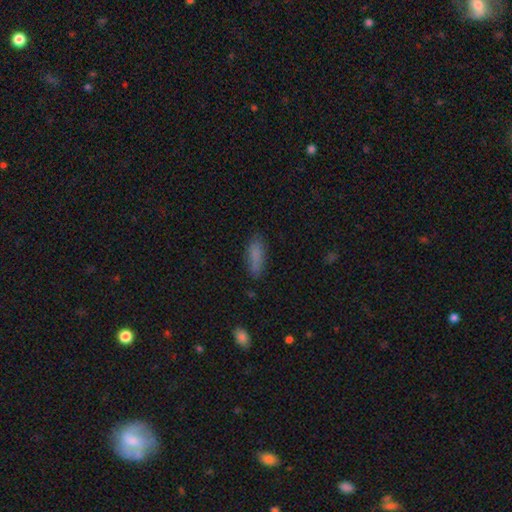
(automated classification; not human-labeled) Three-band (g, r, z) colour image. It shows a smooth galaxy with no disk features (82%) that is in between round and cigar-shaped (53%). Merging: none (77%).